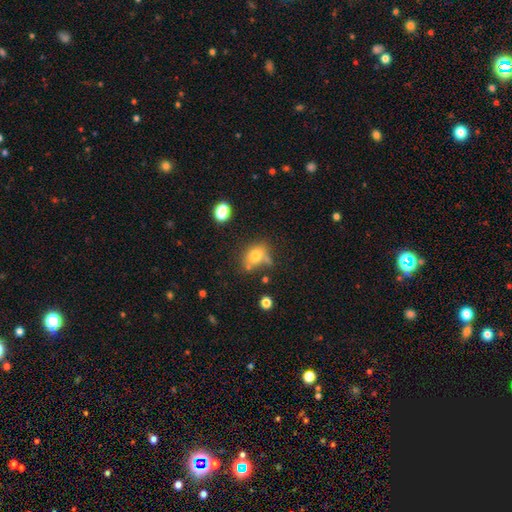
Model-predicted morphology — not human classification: A smooth galaxy with no disk features (74%) that is in between round and cigar-shaped (63%). Merging: none (51%).